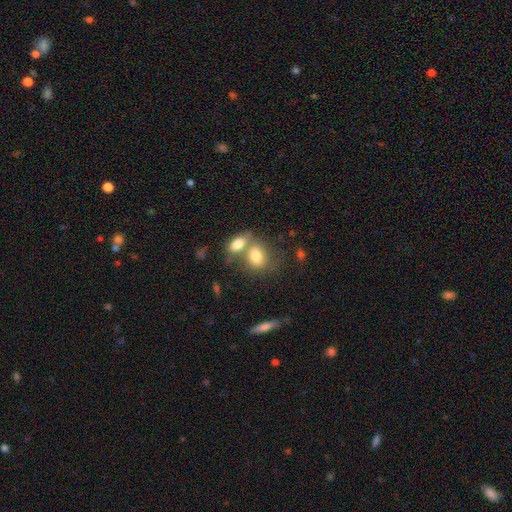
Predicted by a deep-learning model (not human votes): Smooth or featured? Predicted: smooth (p=0.77). How rounded? Predicted: in between (p=0.75). Merging? Predicted: merger (p=0.51).